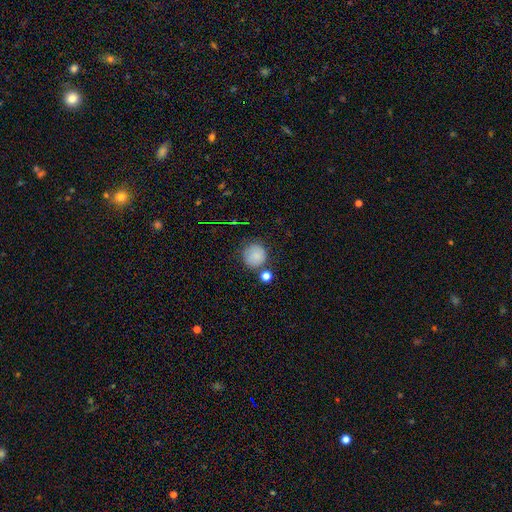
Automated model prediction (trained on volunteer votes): smooth 81%, star or artifact 11%, featured or disk 8%. Down the decision tree: how rounded — round (92%); merging — none (75%).